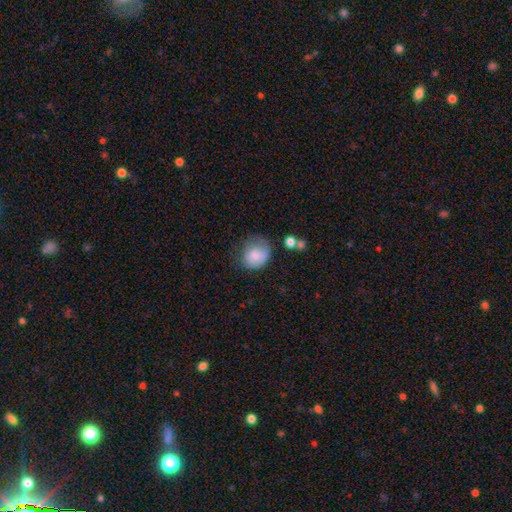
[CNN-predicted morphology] This is likely a smooth galaxy (79%). How rounded: likely round (66%). Merging: possibly none (47%).